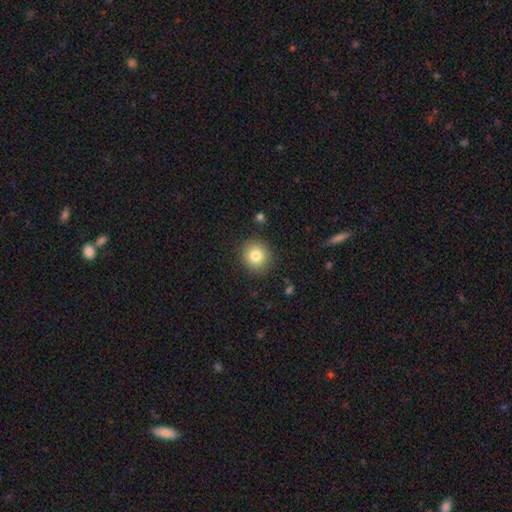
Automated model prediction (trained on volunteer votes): A smooth galaxy with no disk features (82%) that is round (88%). Merging: none (90%).